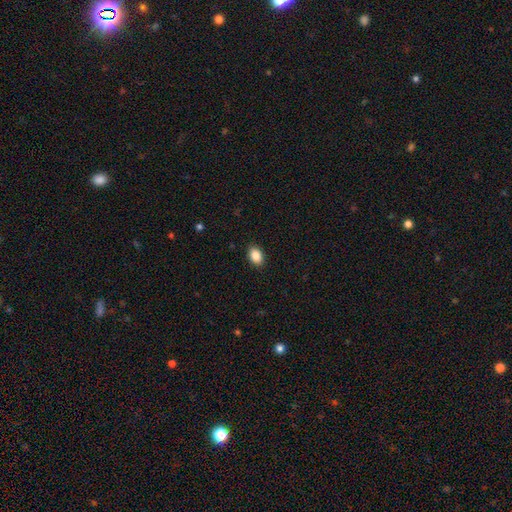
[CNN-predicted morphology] Q: Smooth or featured?
A: smooth (88%); runner-up: star or artifact (8%)
Q: How rounded?
A: in between (83%); runner-up: round (16%)
Q: Merging?
A: none (90%); runner-up: minor disturbance (7%)